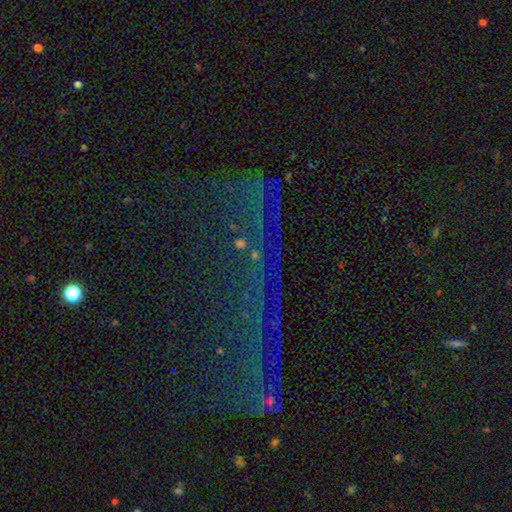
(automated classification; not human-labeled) smooth_or_featured: star or artifact (p=0.77) [alt: smooth p=0.12]